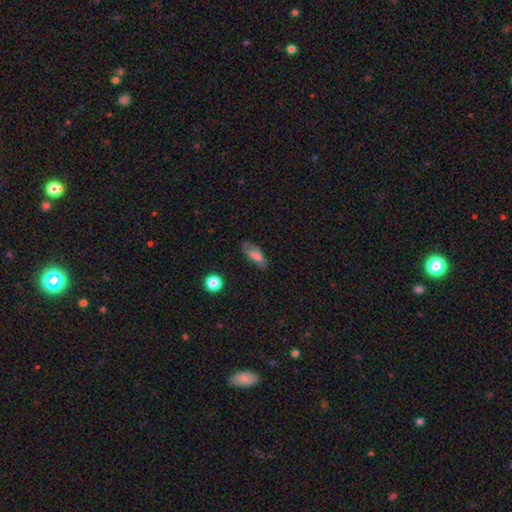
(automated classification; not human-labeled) A smooth galaxy with no disk features (67%) that is in between round and cigar-shaped (77%). Merging: none (69%).